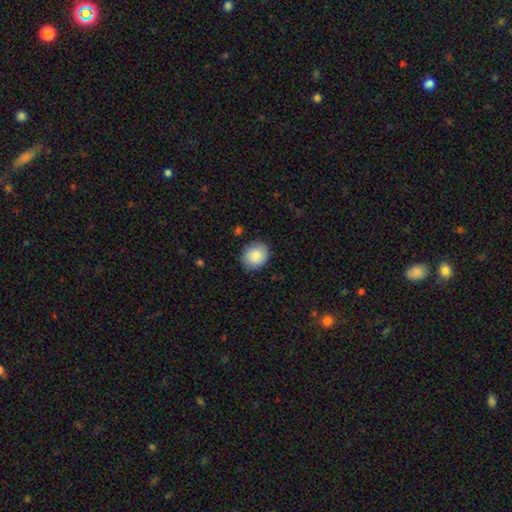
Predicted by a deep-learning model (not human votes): A smooth galaxy with no disk features (87%) that is round (71%). Merging: none (85%).